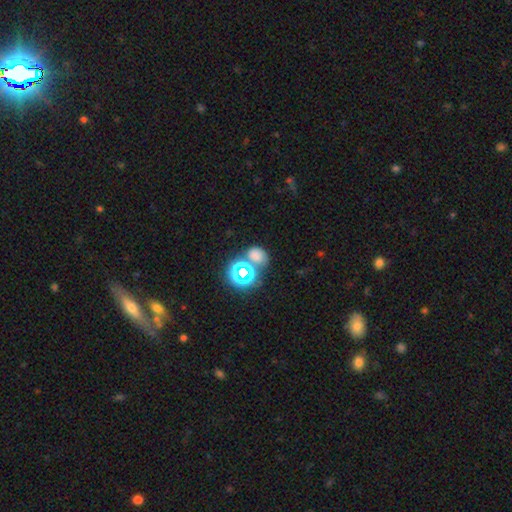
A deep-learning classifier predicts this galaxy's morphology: This is likely a smooth galaxy (61%). How rounded: possibly in between (51%). Merging: possibly none (53%).